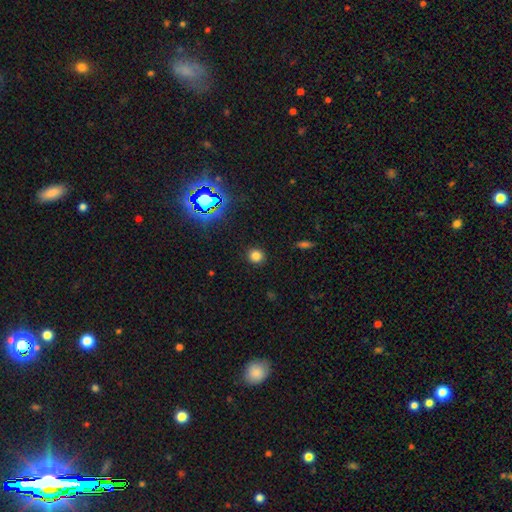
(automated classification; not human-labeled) Overall: smooth (78%). How rounded: round (90%). Merging: none (91%).